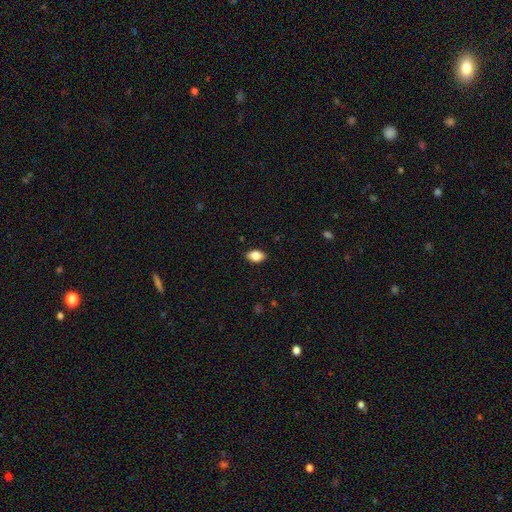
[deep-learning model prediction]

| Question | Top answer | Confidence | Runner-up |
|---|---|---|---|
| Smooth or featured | smooth | 83% | featured or disk (9%) |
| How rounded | in between | 87% | round (11%) |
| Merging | none | 87% | minor disturbance (10%) |